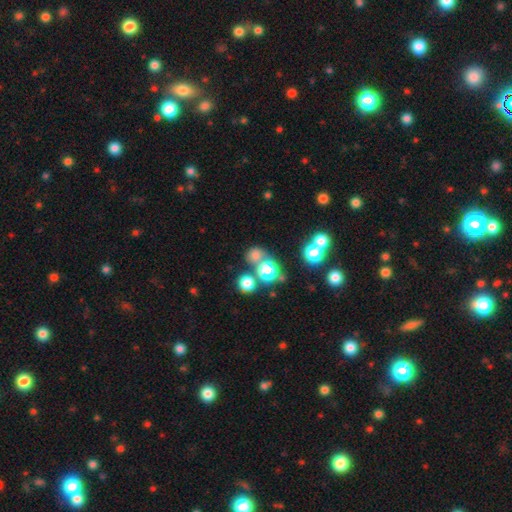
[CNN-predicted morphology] smooth-or-featured: smooth: 67% | star or artifact: 22% | featured or disk: 11%
  how-rounded: round: 82% | in between: 17% | cigar-shaped: 1%
  merging: none: 52% | merger: 32% | minor disturbance: 10% | major disturbance: 7%